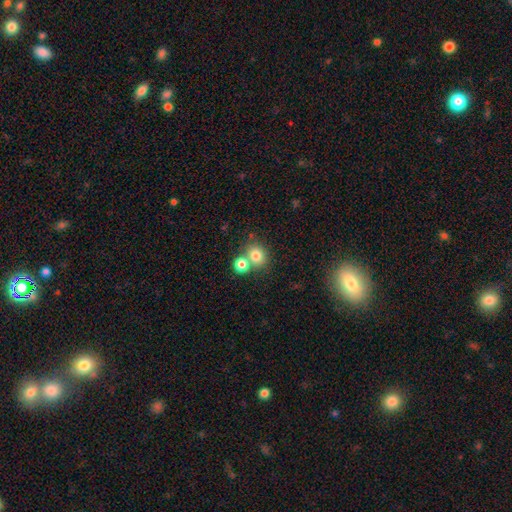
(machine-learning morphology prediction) Smooth or featured?
  - smooth: 78% *
  - star or artifact: 12%
  - featured or disk: 10%
How rounded?
  - round: 74% *
  - in between: 25%
  - cigar-shaped: 1%
Merging?
  - none: 52% *
  - merger: 36%
  - minor disturbance: 8%
  - major disturbance: 3%